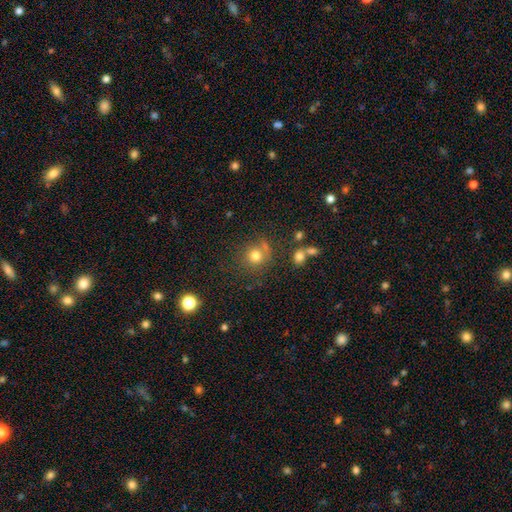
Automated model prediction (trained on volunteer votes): Overall: smooth (76%). How rounded: round (88%). Merging: none (66%).